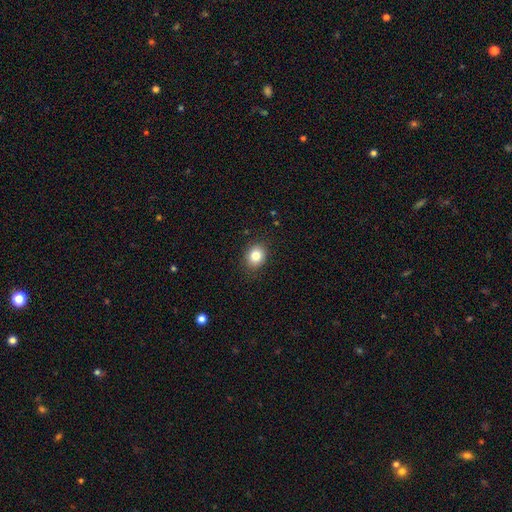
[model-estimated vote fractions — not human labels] The model was most divided on "how rounded": round: 65%, in between: 34%, cigar-shaped: 1%. More confident: merging — none (88%); smooth or featured — smooth (82%).